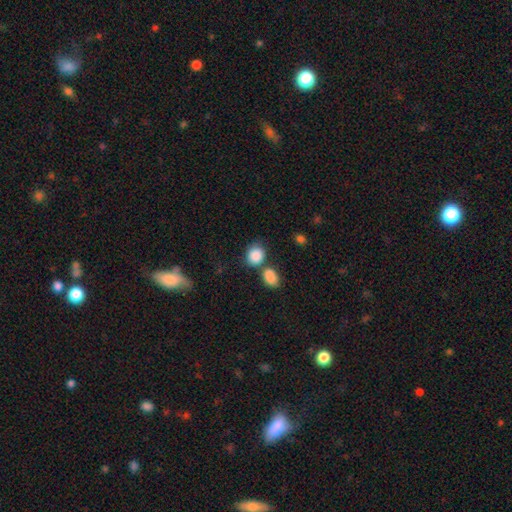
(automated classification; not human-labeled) smooth-or-featured: smooth: 87% | star or artifact: 8% | featured or disk: 5%
  how-rounded: round: 57% | in between: 42% | cigar-shaped: 1%
  merging: none: 49% | merger: 33% | minor disturbance: 13% | major disturbance: 5%